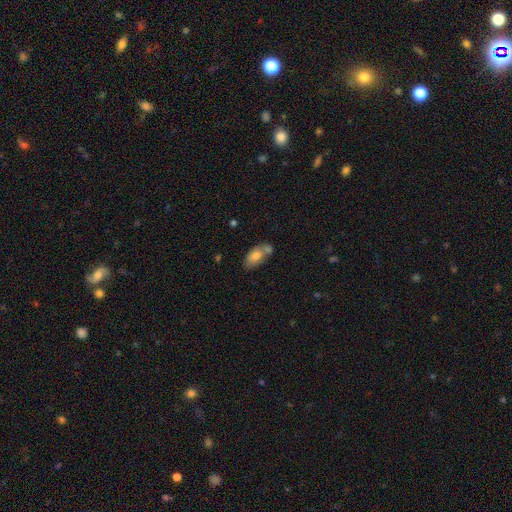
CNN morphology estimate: This appears to be a smooth galaxy with no disk features (74%) that is in between round and cigar-shaped (91%). Merging: none (45%).